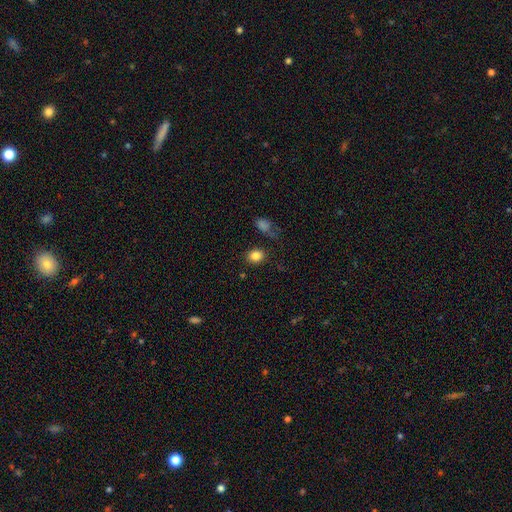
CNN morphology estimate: Overall: smooth (84%). How rounded: round (60%; in between 39%). Merging: none (83%).